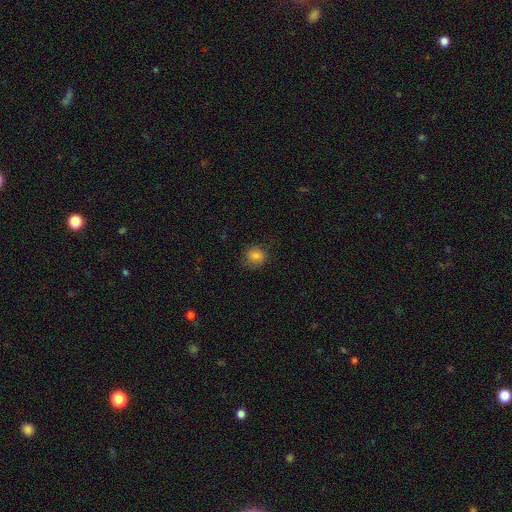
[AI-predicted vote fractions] smooth-or-featured: smooth: 80% | star or artifact: 11% | featured or disk: 9%
  how-rounded: round: 83% | in between: 16% | cigar-shaped: 1%
  merging: none: 81% | minor disturbance: 14% | major disturbance: 4% | merger: 1%